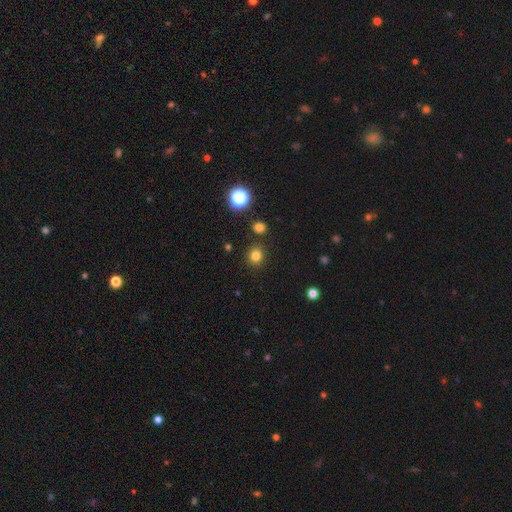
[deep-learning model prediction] A smooth galaxy with no disk features (80%) that is round (84%).

Vote fractions:
- Smooth or featured? smooth: 80% / star or artifact: 16% / featured or disk: 5%
- How rounded? round: 84% / in between: 15% / cigar-shaped: 1%
- Merging? none: 87% / minor disturbance: 7% / merger: 4% / major disturbance: 2%